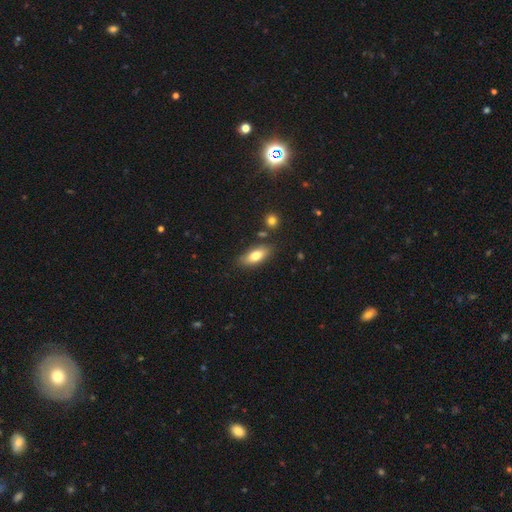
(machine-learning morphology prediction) A smooth galaxy with no disk features (74%) that is in between round and cigar-shaped (80%). Merging: none (81%).